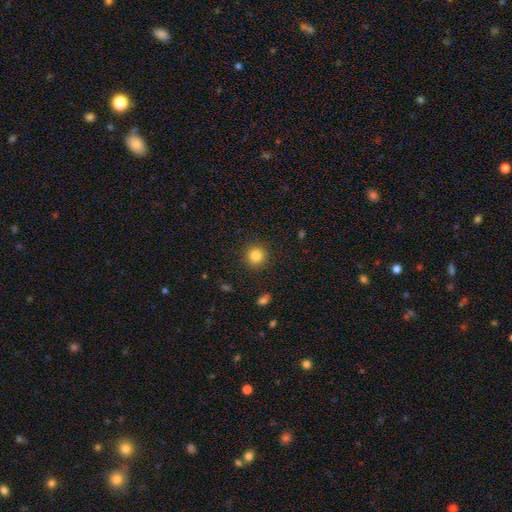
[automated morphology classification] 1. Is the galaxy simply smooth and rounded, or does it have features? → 83% smooth, 11% star or artifact, 5% featured or disk.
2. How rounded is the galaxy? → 94% round, 6% in between, 1% cigar-shaped.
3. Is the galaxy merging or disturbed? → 91% none, 6% minor disturbance, 2% major disturbance, 1% merger.